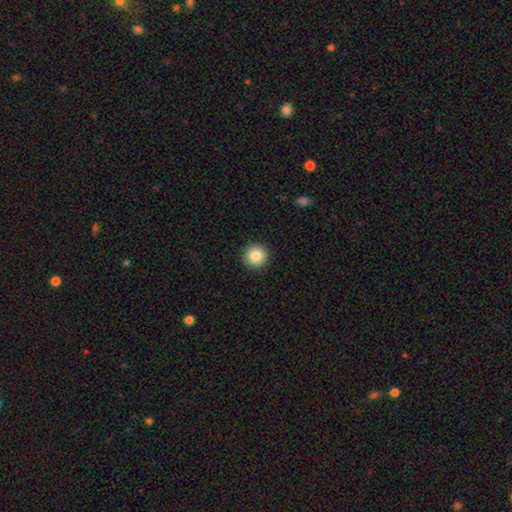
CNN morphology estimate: smooth 84%, star or artifact 10%, featured or disk 6%. Down the decision tree: how rounded — round (96%); merging — none (93%).